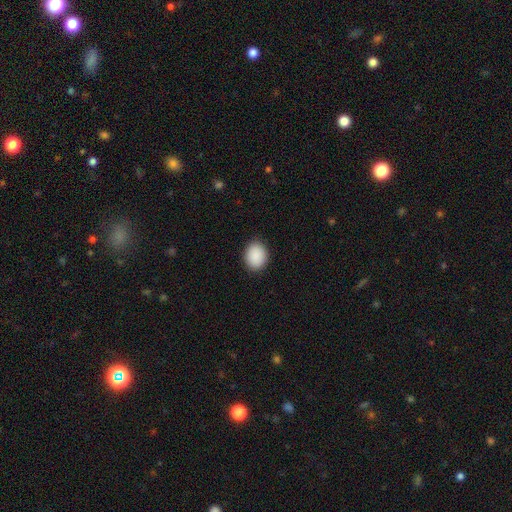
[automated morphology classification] Smooth or featured? Predicted: smooth (p=0.91). How rounded? Predicted: in between (p=0.51). Merging? Predicted: none (p=0.89).